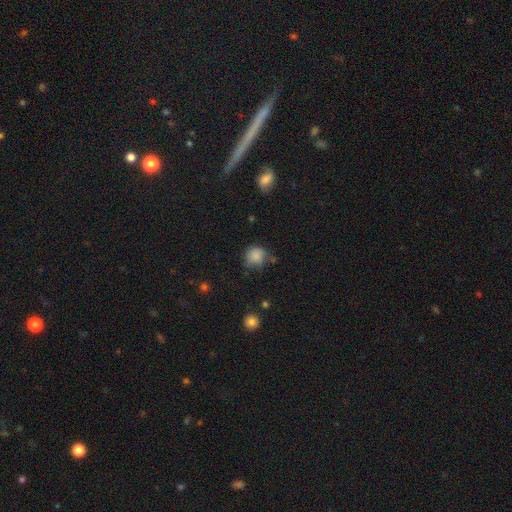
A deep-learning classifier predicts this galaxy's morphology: smooth 82%, star or artifact 10%, featured or disk 8%. Down the decision tree: how rounded — round (81%); merging — none (58%).